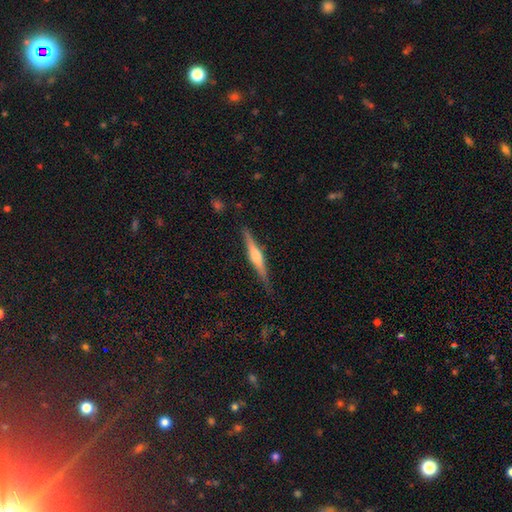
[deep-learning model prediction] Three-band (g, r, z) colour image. It shows a featured or disk galaxy (67%) viewed edge-on (97%) with a rounded central bulge (87%). Merging: none (85%).